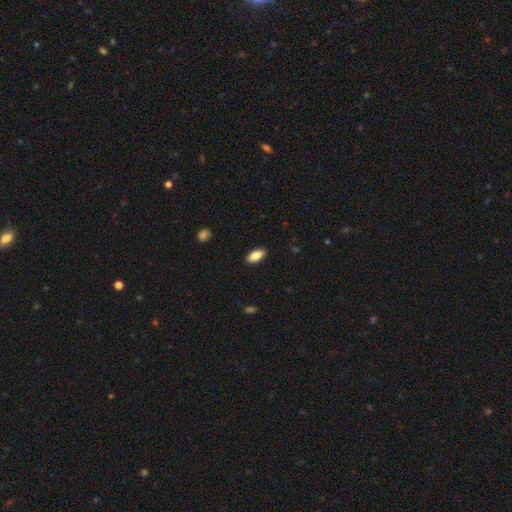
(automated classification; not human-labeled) A smooth galaxy with no disk features (82%) that is in between round and cigar-shaped (89%).

Vote fractions:
- Smooth or featured? smooth: 82% / featured or disk: 12% / star or artifact: 7%
- How rounded? in between: 89% / cigar-shaped: 8% / round: 3%
- Merging? none: 89% / minor disturbance: 8% / major disturbance: 2% / merger: 1%